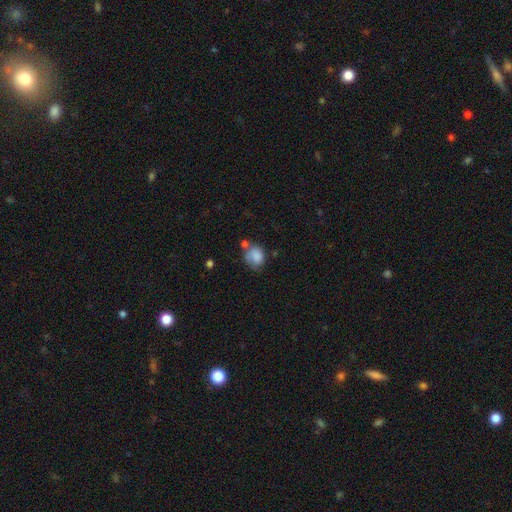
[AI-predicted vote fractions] Smooth or featured: smooth — 79% (featured or disk — 12%)
How rounded: round — 50% (in between — 49%)
Merging: none — 41% (minor disturbance — 27%)